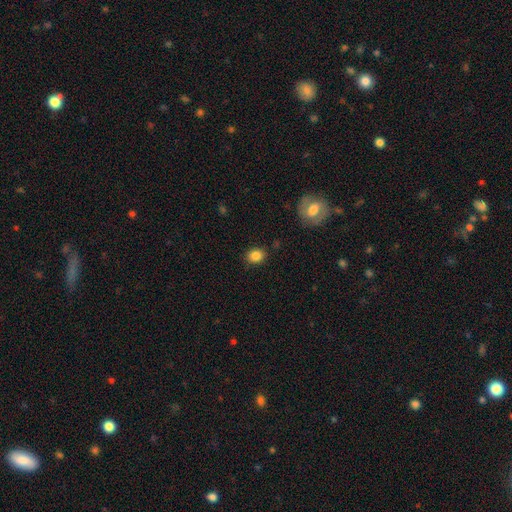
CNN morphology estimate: smooth_or_featured: smooth (p=0.85) [alt: star or artifact p=0.10]
how_rounded: round (p=0.53) [alt: in between p=0.46]
merging: none (p=0.86) [alt: minor disturbance p=0.10]